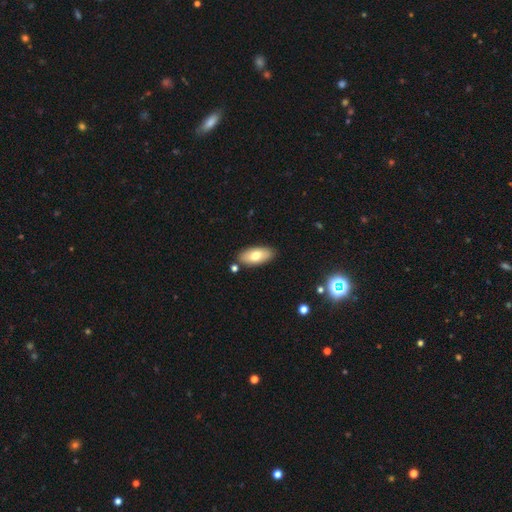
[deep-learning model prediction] Smooth or featured? Predicted: smooth (p=0.72). How rounded? Predicted: in between (p=0.90). Merging? Predicted: none (p=0.85).